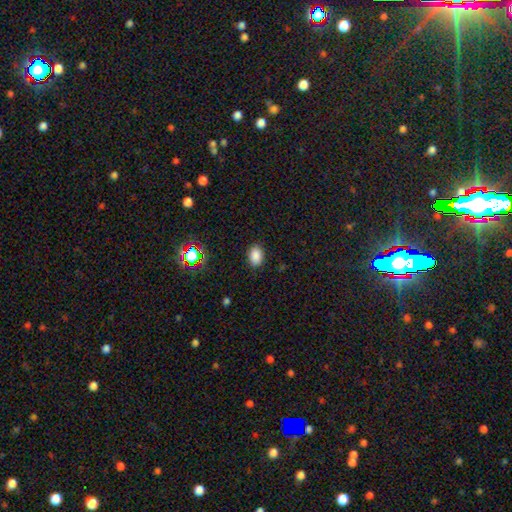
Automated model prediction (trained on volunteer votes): The model was most divided on "how rounded": in between: 83%, round: 15%, cigar-shaped: 1%. More confident: merging — none (87%); smooth or featured — smooth (84%).